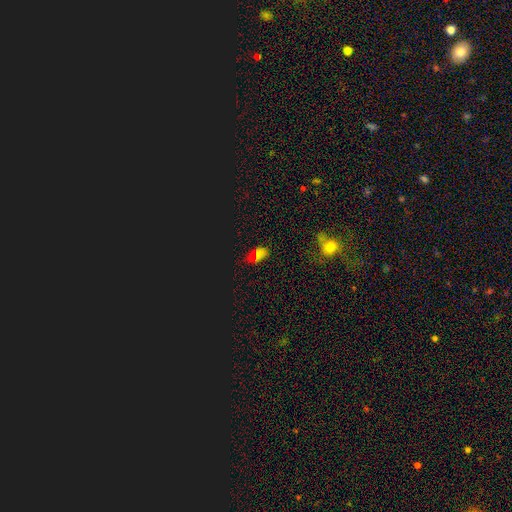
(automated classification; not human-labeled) The model was most divided on "smooth or featured": star or artifact: 46%, smooth: 45%, featured or disk: 9%.